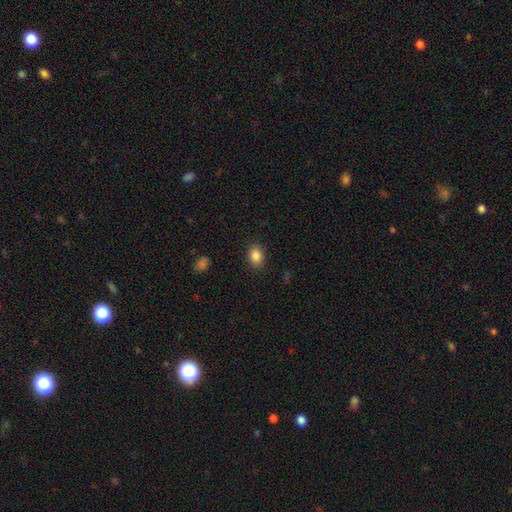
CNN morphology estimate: Smooth or featured? smooth (87%)
How rounded? in between (75%)
Merging? none (88%)